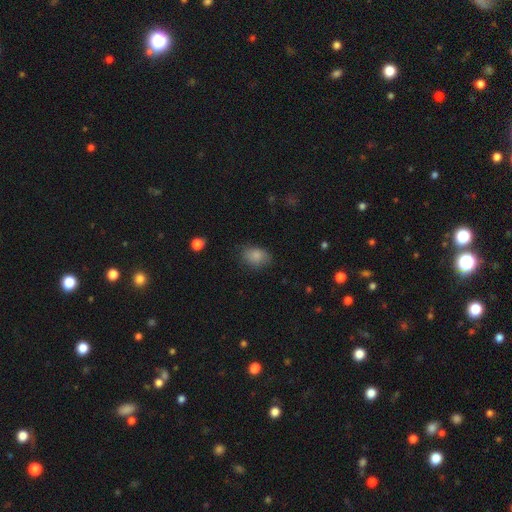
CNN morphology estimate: smooth_or_featured: smooth (p=0.85) [alt: star or artifact p=0.09]
how_rounded: in between (p=0.78) [alt: round p=0.20]
merging: none (p=0.73) [alt: minor disturbance p=0.21]